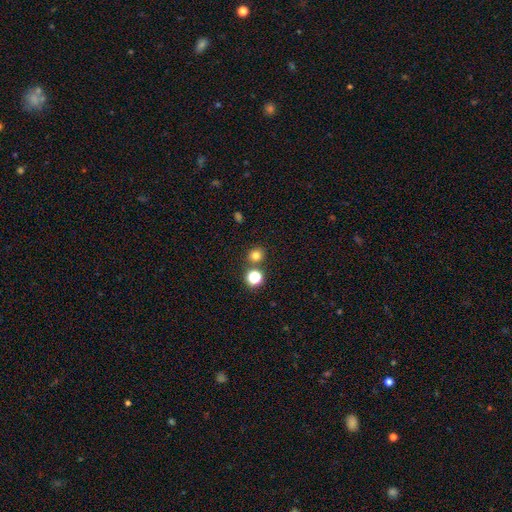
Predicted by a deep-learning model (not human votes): Smooth or featured: smooth — 77% (star or artifact — 18%)
How rounded: round — 87% (in between — 12%)
Merging: none — 79% (merger — 12%)